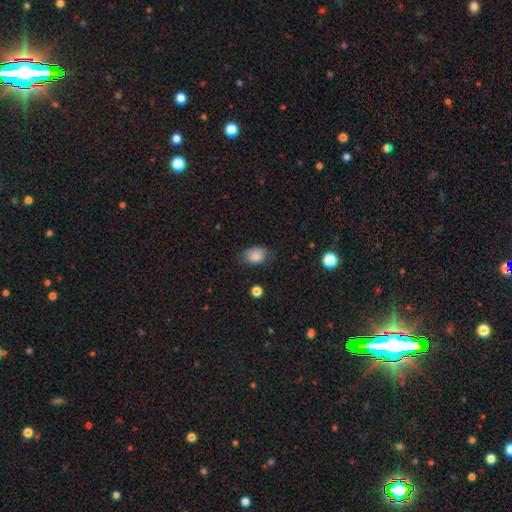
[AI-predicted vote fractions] smooth_or_featured: smooth (p=0.84) [alt: star or artifact p=0.09]
how_rounded: in between (p=0.74) [alt: round p=0.25]
merging: none (p=0.67) [alt: minor disturbance p=0.25]